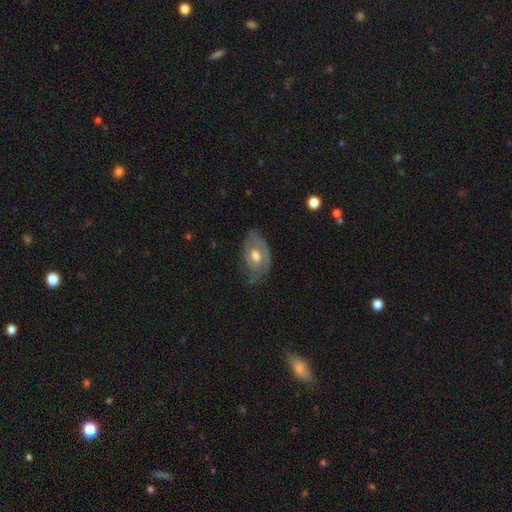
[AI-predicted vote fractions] featured or disk 71%, smooth 23%, star or artifact 6%. Down the decision tree: edge-on disk — no (93%); bar — no (61%); spiral arms — yes (75%); bulge size — moderate (72%); merging — none (61%).